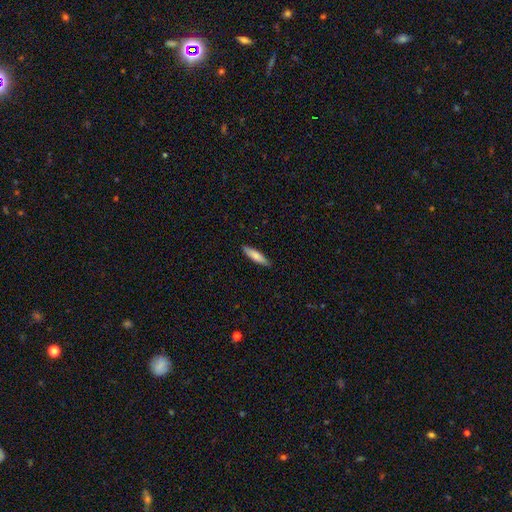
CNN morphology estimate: Overall: smooth (76%). How rounded: cigar-shaped (77%). Merging: none (88%).